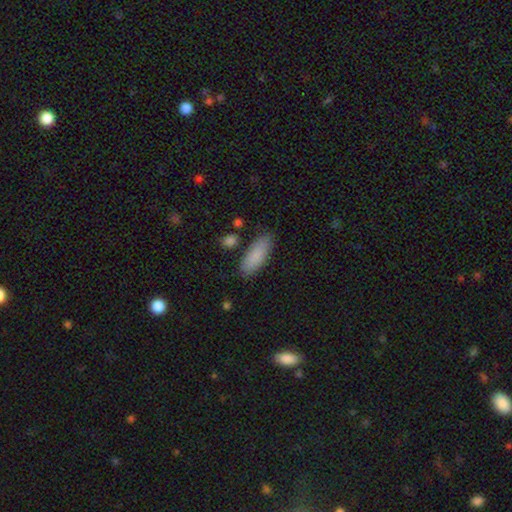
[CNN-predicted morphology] Smooth or featured?
  - smooth: 86% *
  - featured or disk: 7%
  - star or artifact: 6%
How rounded?
  - in between: 66% *
  - cigar-shaped: 32%
  - round: 2%
Merging?
  - none: 83% *
  - minor disturbance: 12%
  - merger: 3%
  - major disturbance: 3%